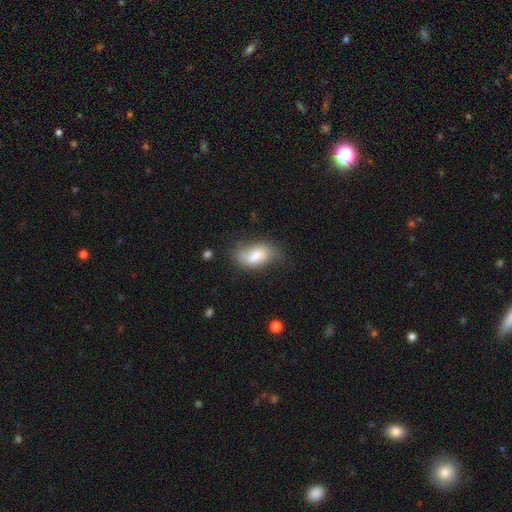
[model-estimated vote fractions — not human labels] Smooth or featured?
  - smooth: 78% *
  - featured or disk: 15%
  - star or artifact: 7%
How rounded?
  - in between: 92% *
  - round: 5%
  - cigar-shaped: 4%
Merging?
  - none: 54% *
  - minor disturbance: 31%
  - major disturbance: 11%
  - merger: 4%